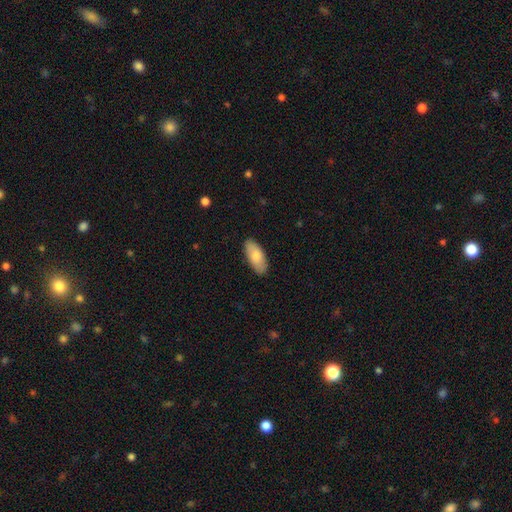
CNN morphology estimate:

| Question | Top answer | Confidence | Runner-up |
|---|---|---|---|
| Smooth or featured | smooth | 81% | featured or disk (14%) |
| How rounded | in between | 88% | cigar-shaped (10%) |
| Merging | none | 87% | minor disturbance (11%) |